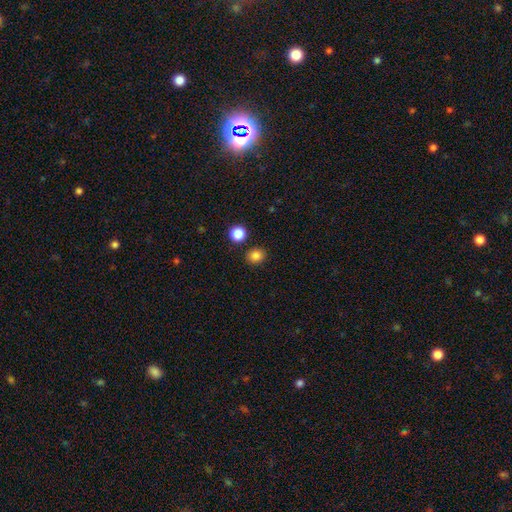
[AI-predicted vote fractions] Smooth or featured? smooth (83%)
How rounded? round (72%)
Merging? none (86%)